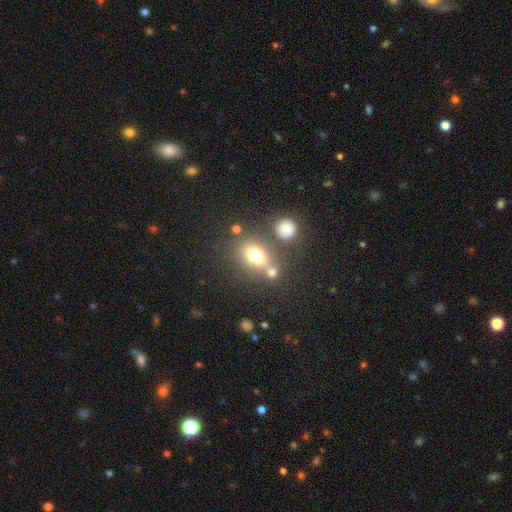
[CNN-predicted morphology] A smooth galaxy with no disk features (71%) that is in between round and cigar-shaped (65%). Merging: none (57%).